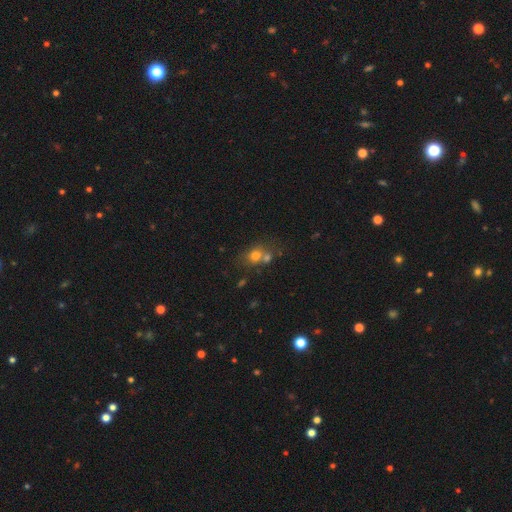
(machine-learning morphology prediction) A smooth galaxy with no disk features (70%) that is round (67%).

Vote fractions:
- Smooth or featured? smooth: 70% / star or artifact: 15% / featured or disk: 14%
- How rounded? round: 67% / in between: 32% / cigar-shaped: 1%
- Merging? none: 44% / merger: 41% / minor disturbance: 10% / major disturbance: 5%